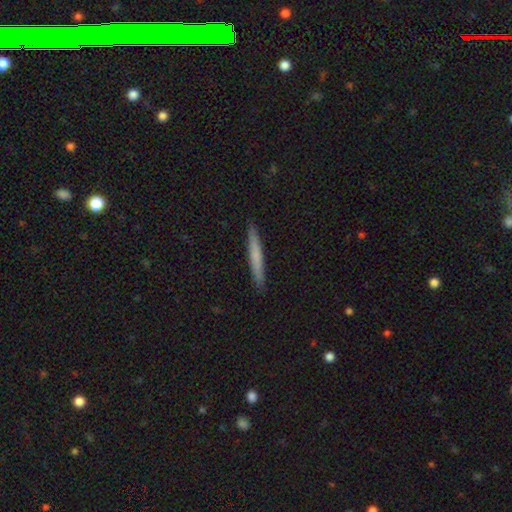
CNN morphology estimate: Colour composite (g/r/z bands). It shows a smooth galaxy with no disk features (66%) that is cigar-shaped (96%). Merging: none (92%).